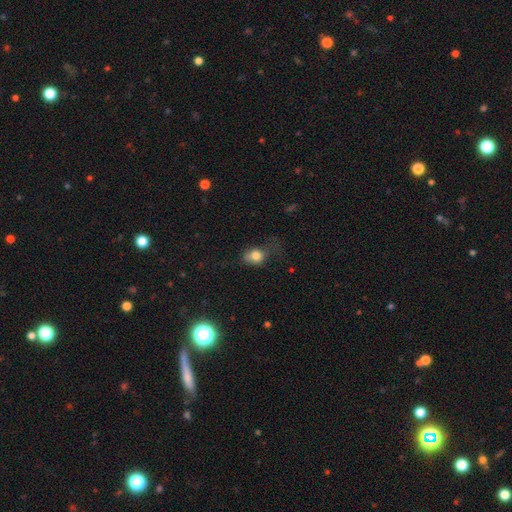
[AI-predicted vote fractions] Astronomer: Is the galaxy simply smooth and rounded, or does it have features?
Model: smooth — 78%.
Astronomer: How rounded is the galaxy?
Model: in between — 53% (runner-up: round, 45%).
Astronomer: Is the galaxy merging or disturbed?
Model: none — 36% (runner-up: major disturbance, 31%).